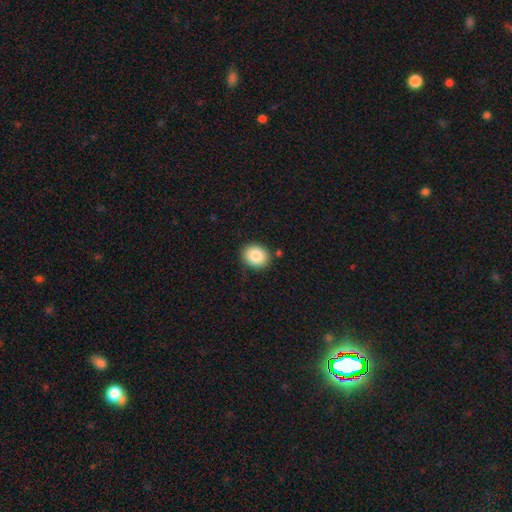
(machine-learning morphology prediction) Smooth or featured? Predicted: smooth (p=0.85). How rounded? Predicted: round (p=0.62). Merging? Predicted: none (p=0.86).